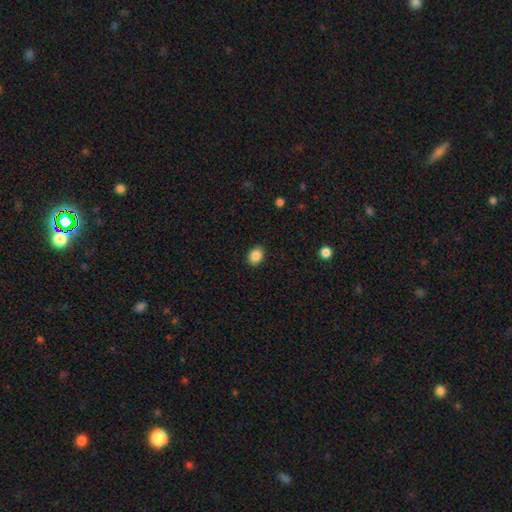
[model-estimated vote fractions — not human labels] Morphology: type=smooth (86%); roundness=in between (59%); merging=none (90%).